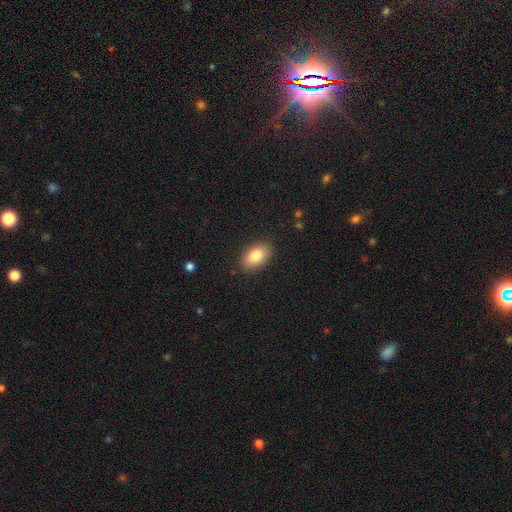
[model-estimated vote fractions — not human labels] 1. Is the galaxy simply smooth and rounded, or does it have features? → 83% smooth, 9% featured or disk, 7% star or artifact.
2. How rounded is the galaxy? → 92% in between, 6% round, 2% cigar-shaped.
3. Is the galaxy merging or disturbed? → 87% none, 10% minor disturbance, 2% major disturbance, 1% merger.